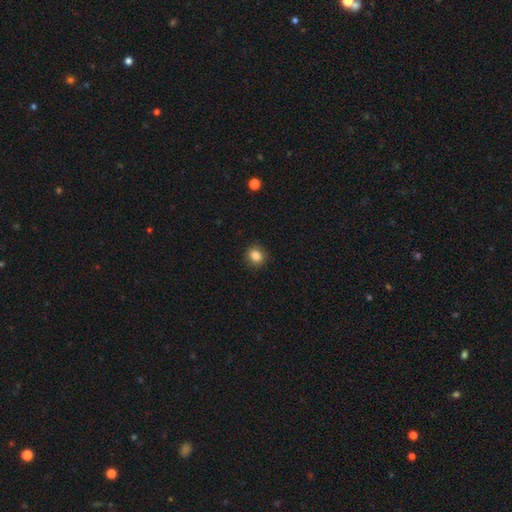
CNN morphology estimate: A smooth galaxy with no disk features (84%) that is round (81%). Merging: none (91%).